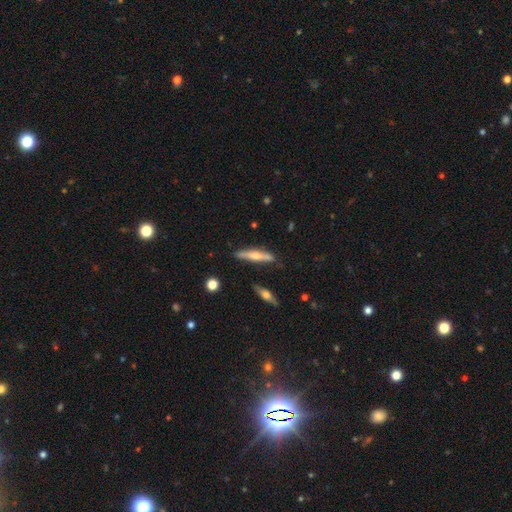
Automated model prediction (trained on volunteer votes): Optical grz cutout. It shows a featured or disk galaxy (49%). Merging: none (80%).